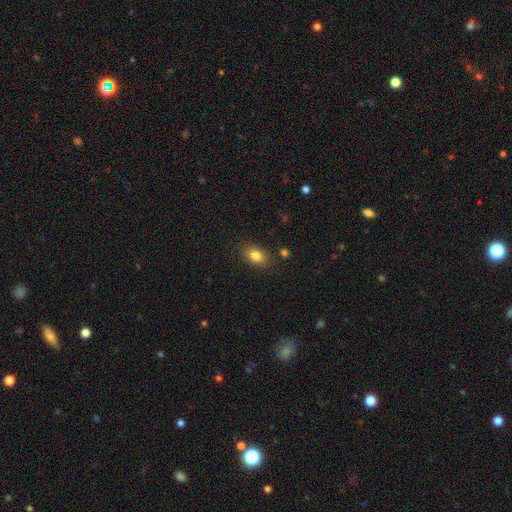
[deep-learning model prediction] A smooth galaxy with no disk features (82%) that is in between round and cigar-shaped (77%). Merging: none (84%).